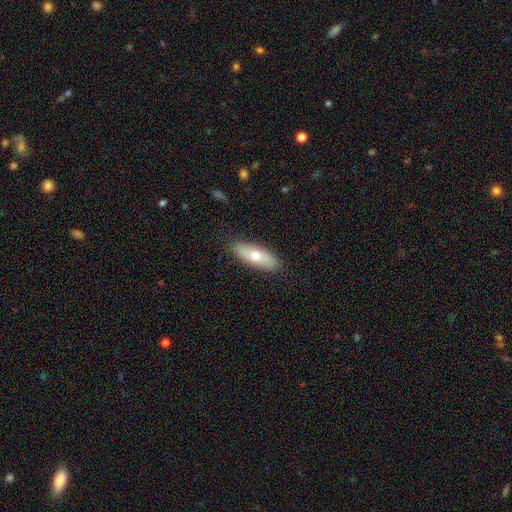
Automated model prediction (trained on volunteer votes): The model was most divided on "smooth or featured": smooth: 63%, featured or disk: 31%, star or artifact: 6%. More confident: merging — none (87%); how rounded — in between (68%).